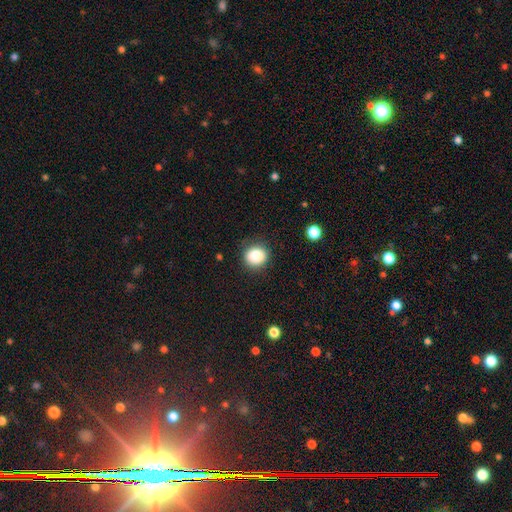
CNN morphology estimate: Smooth or featured? smooth (86%)
How rounded? round (84%)
Merging? none (86%)